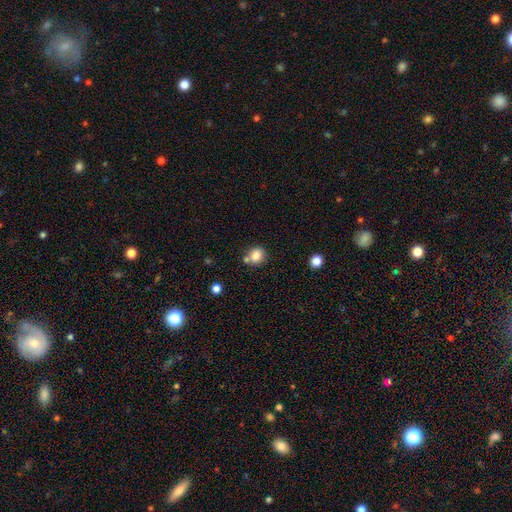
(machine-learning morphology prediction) smooth-or-featured: smooth: 82% | star or artifact: 11% | featured or disk: 7%
  how-rounded: round: 74% | in between: 25% | cigar-shaped: 1%
  merging: none: 63% | merger: 21% | minor disturbance: 13% | major disturbance: 4%